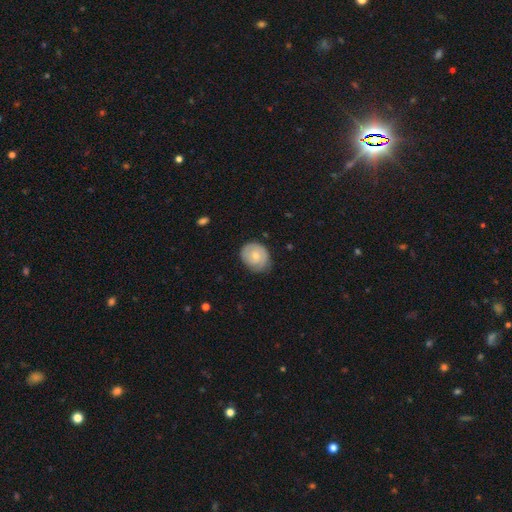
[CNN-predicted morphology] Smooth or featured: smooth — 61% (featured or disk — 33%)
How rounded: round — 62% (in between — 38%)
Merging: none — 68% (minor disturbance — 26%)